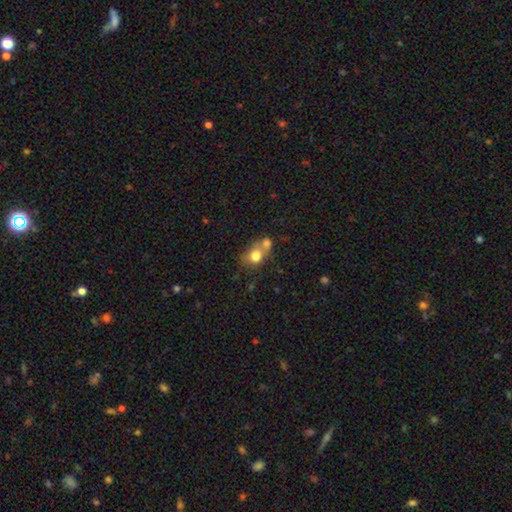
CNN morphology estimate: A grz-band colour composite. It shows a smooth galaxy with no disk features (76%) that is round (52%). Merging: merger (55%).